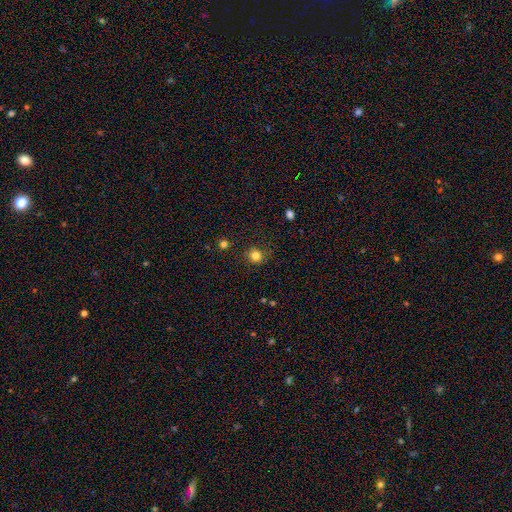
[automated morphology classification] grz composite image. It shows a smooth galaxy with no disk features (81%) that is round (88%). Merging: none (84%).